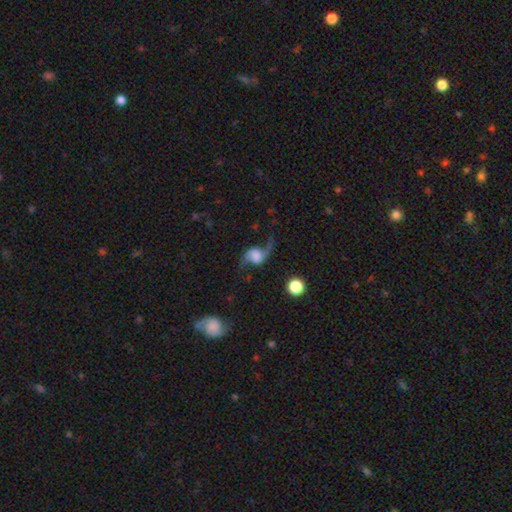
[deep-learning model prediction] featured or disk 78%, smooth 13%, star or artifact 8%. Down the decision tree: edge-on disk — no (97%); bar — no (55%); spiral arms — yes (95%); spiral arm count — 2 (93%); spiral winding — loose (86%); bulge size — none (30%); merging — none (65%).